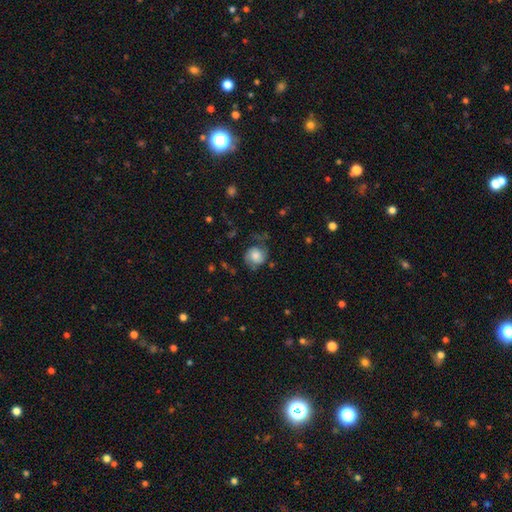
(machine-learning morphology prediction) smooth_or_featured: smooth (p=0.50) [alt: featured or disk p=0.42]
merging: none (p=0.61) [alt: minor disturbance p=0.23]